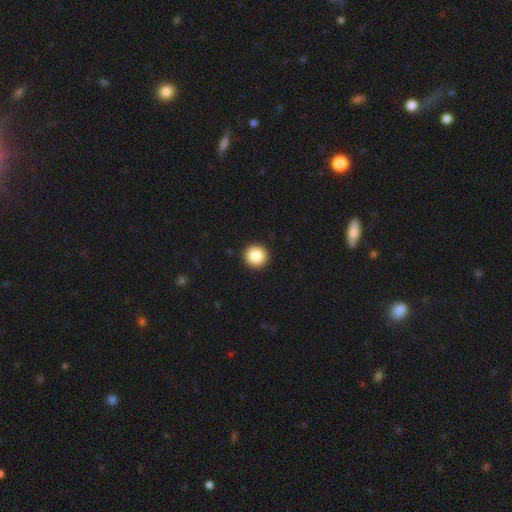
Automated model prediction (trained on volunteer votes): This appears to be a smooth galaxy with no disk features (85%) that is round (96%). Merging: none (94%).